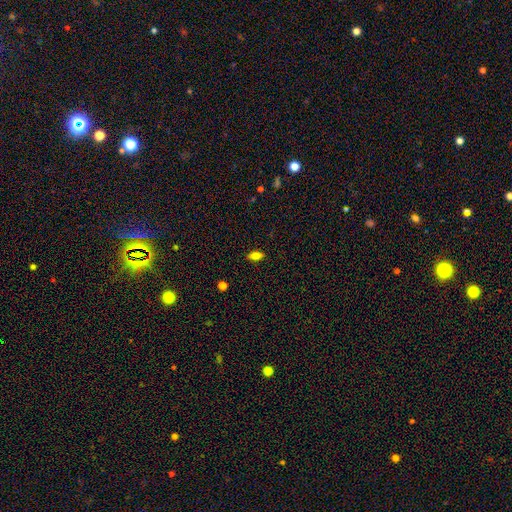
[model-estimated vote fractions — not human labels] The model was most divided on "smooth or featured": smooth: 80%, featured or disk: 11%, star or artifact: 10%. More confident: merging — none (88%); how rounded — in between (87%).